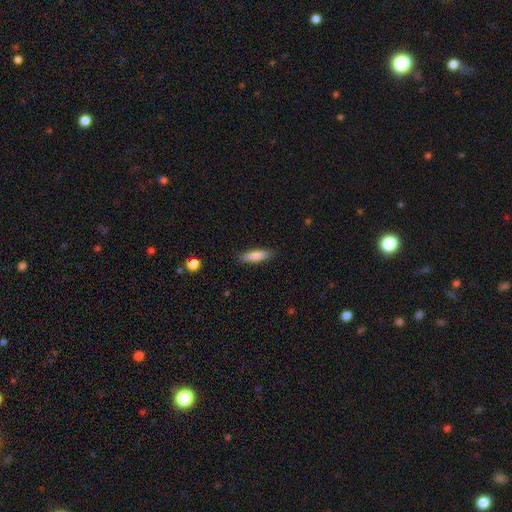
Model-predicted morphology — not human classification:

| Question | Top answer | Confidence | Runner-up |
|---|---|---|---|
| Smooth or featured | smooth | 81% | featured or disk (13%) |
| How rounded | cigar-shaped | 64% | in between (34%) |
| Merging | none | 88% | minor disturbance (9%) |